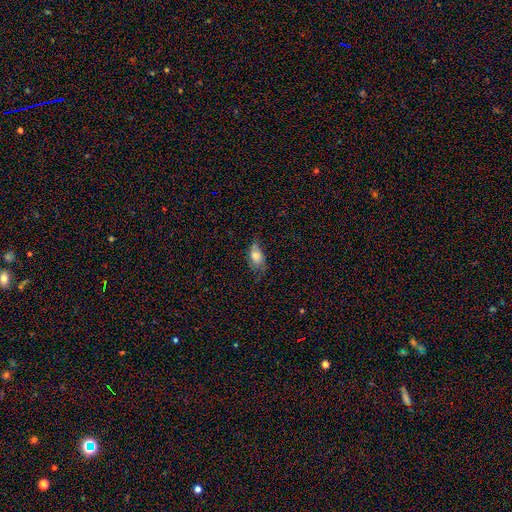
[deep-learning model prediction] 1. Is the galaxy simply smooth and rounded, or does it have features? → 72% smooth, 18% featured or disk, 10% star or artifact.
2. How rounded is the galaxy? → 86% in between, 9% round, 5% cigar-shaped.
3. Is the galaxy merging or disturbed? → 49% none, 34% minor disturbance, 15% major disturbance, 3% merger.